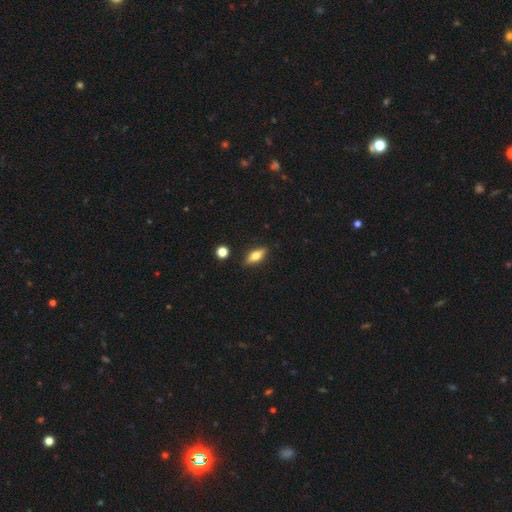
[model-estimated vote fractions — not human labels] This is possibly a smooth galaxy (59%). How rounded: likely in between (66%). Merging: clearly none (87%).